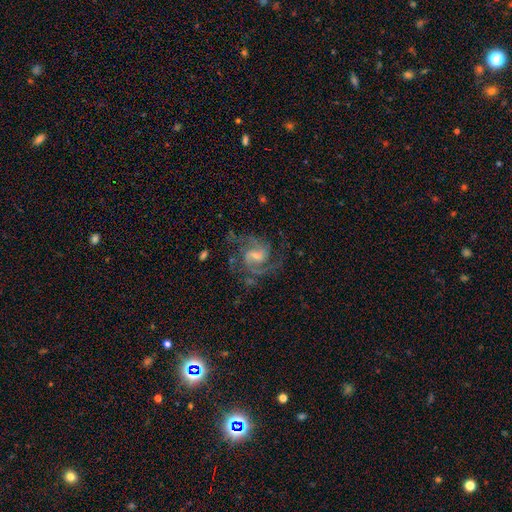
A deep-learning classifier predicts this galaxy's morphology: smooth_or_featured: featured or disk (p=0.89) [alt: star or artifact p=0.06]
disk_edge_on: no (p=0.98) [alt: yes p=0.02]
bar: weak (p=0.59) [alt: no p=0.24]
has_spiral_arms: yes (p=0.98) [alt: no p=0.02]
spiral_winding: medium (p=0.61) [alt: tight p=0.25]
spiral_arm_count: 2 (p=0.70) [alt: 3 p=0.15]
bulge_size: small (p=0.50) [alt: moderate p=0.34]
merging: none (p=0.70) [alt: minor disturbance p=0.16]